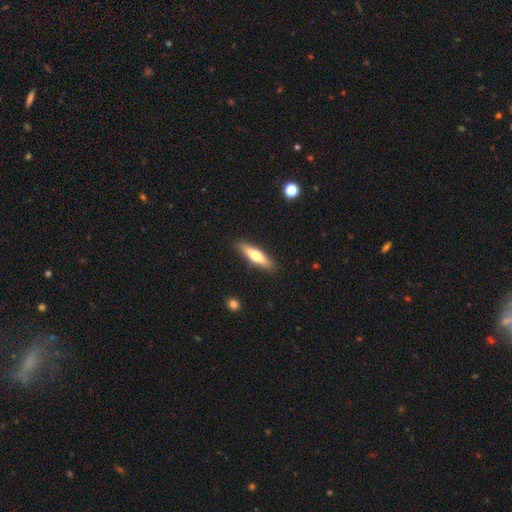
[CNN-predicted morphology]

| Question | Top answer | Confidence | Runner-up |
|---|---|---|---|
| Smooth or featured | smooth | 61% | featured or disk (34%) |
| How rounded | cigar-shaped | 74% | in between (25%) |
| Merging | none | 89% | minor disturbance (8%) |